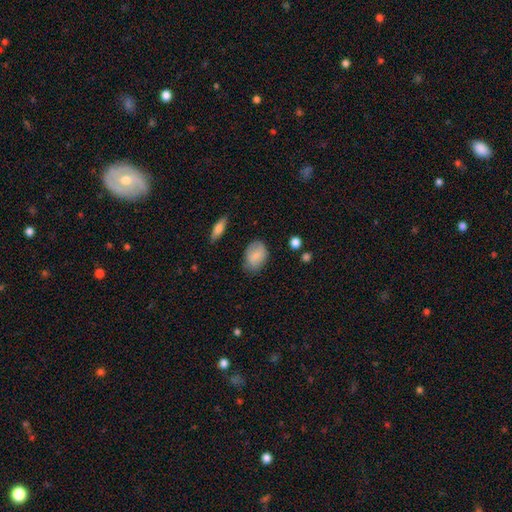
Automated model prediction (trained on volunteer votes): smooth 81%, featured or disk 12%, star or artifact 7%. Down the decision tree: how rounded — in between (77%); merging — none (66%).